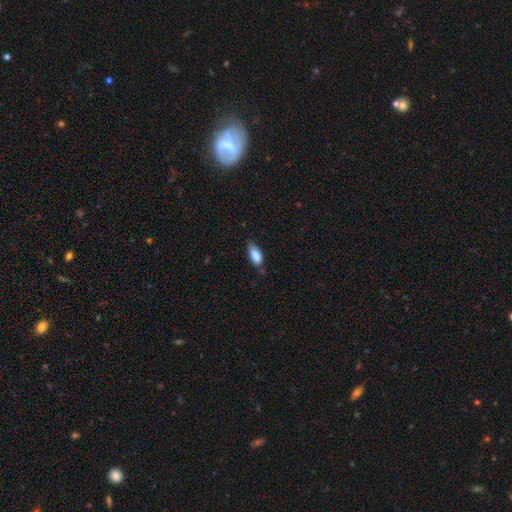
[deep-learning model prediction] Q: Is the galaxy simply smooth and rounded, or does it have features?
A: smooth — 86%.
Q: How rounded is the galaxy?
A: in between — 87%.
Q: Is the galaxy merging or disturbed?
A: none — 69%.